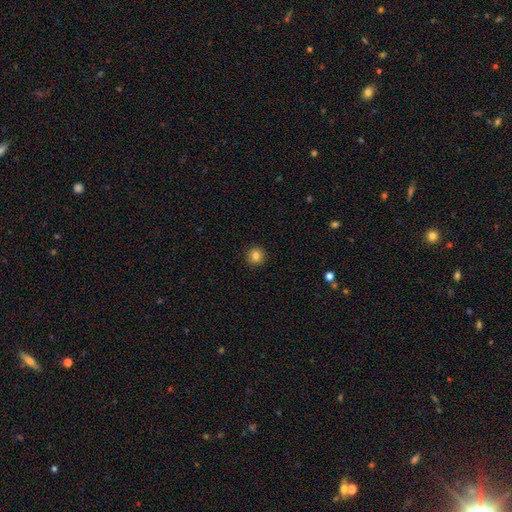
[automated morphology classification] type=smooth (84%); roundness=round (93%); merging=none (92%).